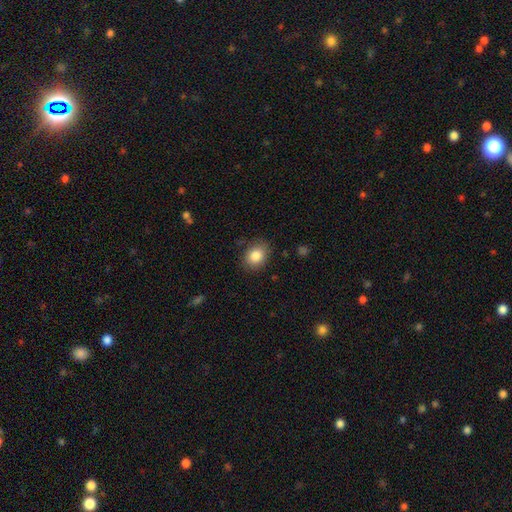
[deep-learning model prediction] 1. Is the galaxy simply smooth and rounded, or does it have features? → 85% smooth, 9% star or artifact, 7% featured or disk.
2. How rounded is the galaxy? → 51% in between, 48% round, 1% cigar-shaped.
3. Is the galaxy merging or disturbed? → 82% none, 13% minor disturbance, 3% major disturbance, 1% merger.